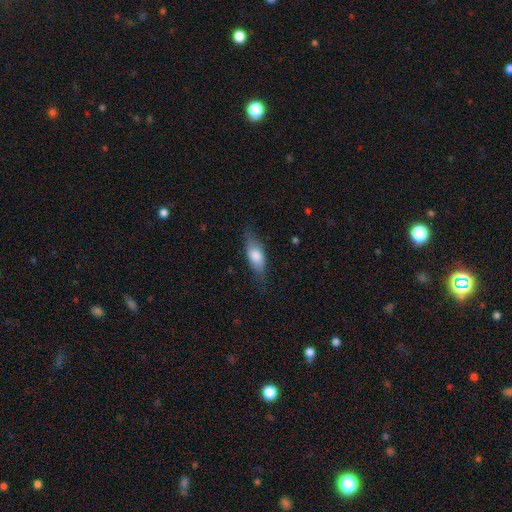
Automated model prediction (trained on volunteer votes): A smooth galaxy with no disk features (72%) that is in between round and cigar-shaped (75%). Merging: none (68%).